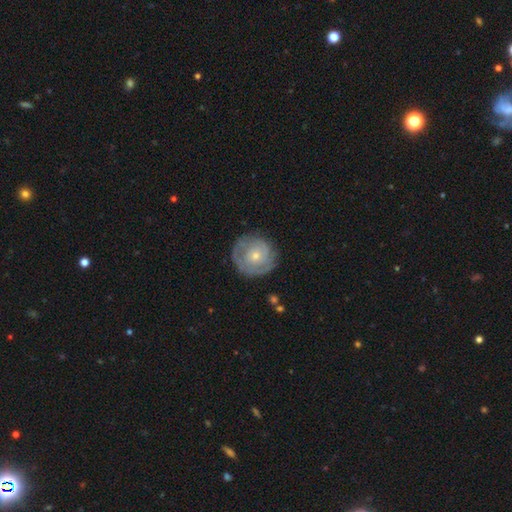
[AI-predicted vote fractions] Overall: featured or disk (67%). Edge-on disk: no (98%). Bar: no (81%). Spiral arms: yes (81%). Spiral arm count: can't tell (42%; 2 25%). Spiral winding: tight (67%). Bulge size: small (61%; moderate 35%). Merging: none (76%).